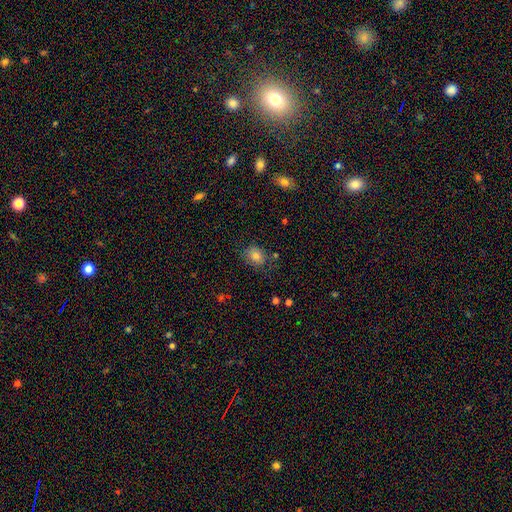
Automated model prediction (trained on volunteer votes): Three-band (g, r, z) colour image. It shows a smooth galaxy with no disk features (77%) that is in between round and cigar-shaped (52%). Merging: none (75%).